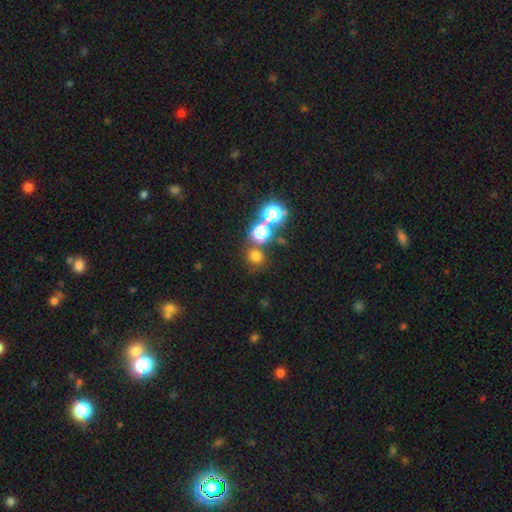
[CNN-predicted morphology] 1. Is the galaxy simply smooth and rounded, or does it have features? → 66% smooth, 27% star or artifact, 7% featured or disk.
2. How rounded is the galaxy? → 89% round, 10% in between, 1% cigar-shaped.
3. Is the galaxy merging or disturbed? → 74% none, 14% merger, 8% minor disturbance, 4% major disturbance.